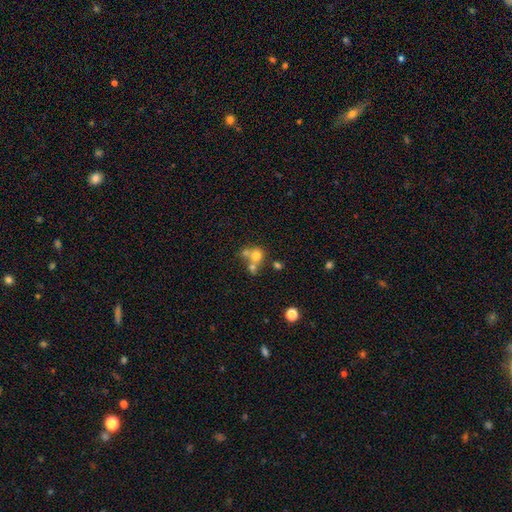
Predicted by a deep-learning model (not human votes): Overall: smooth (68%). How rounded: round (77%). Merging: merger (53%; none 35%).